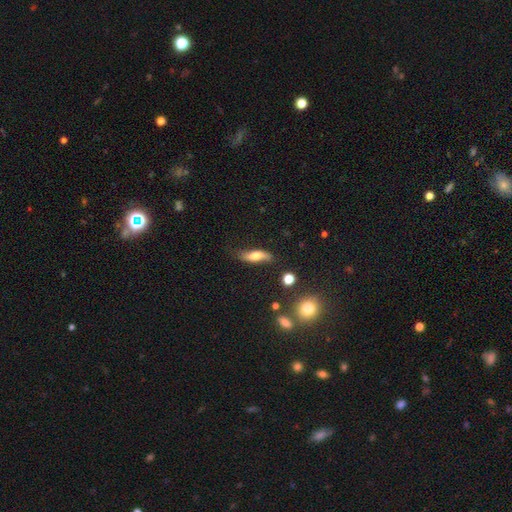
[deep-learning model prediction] smooth_or_featured: smooth (p=0.59) [alt: featured or disk p=0.33]
how_rounded: cigar-shaped (p=0.50) [alt: in between p=0.46]
merging: none (p=0.66) [alt: minor disturbance p=0.25]